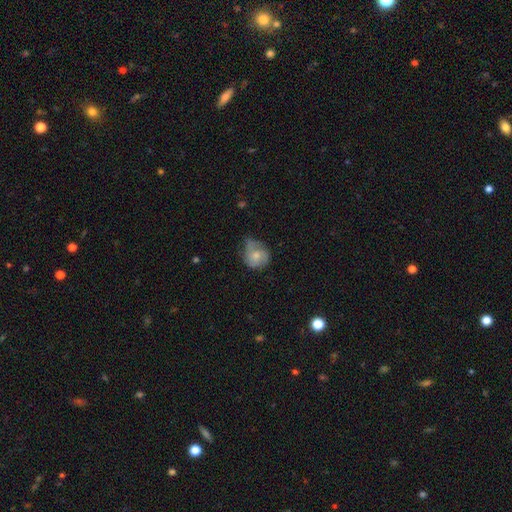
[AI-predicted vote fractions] smooth 55%, featured or disk 37%, star or artifact 7%. Down the decision tree: how rounded — round (69%); merging — none (42%).